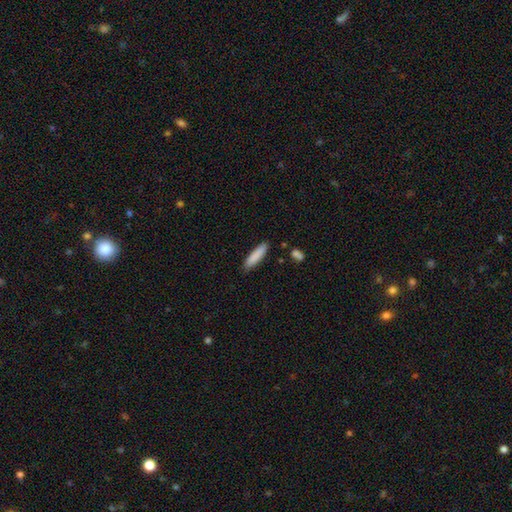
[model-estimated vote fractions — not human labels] Smooth or featured: smooth — 86% (featured or disk — 8%)
How rounded: cigar-shaped — 78% (in between — 21%)
Merging: none — 85% (minor disturbance — 11%)